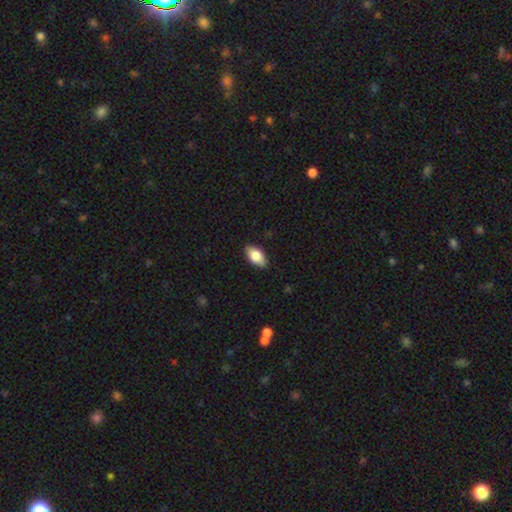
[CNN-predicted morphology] Smooth or featured? smooth (79%)
How rounded? in between (92%)
Merging? none (87%)